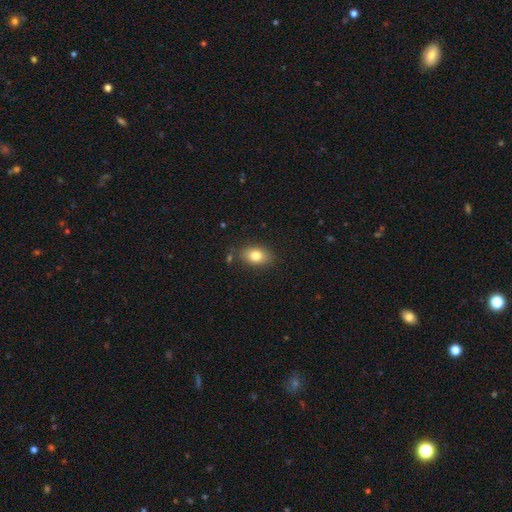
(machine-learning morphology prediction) A smooth galaxy with no disk features (81%) that is in between round and cigar-shaped (83%). Merging: none (84%).